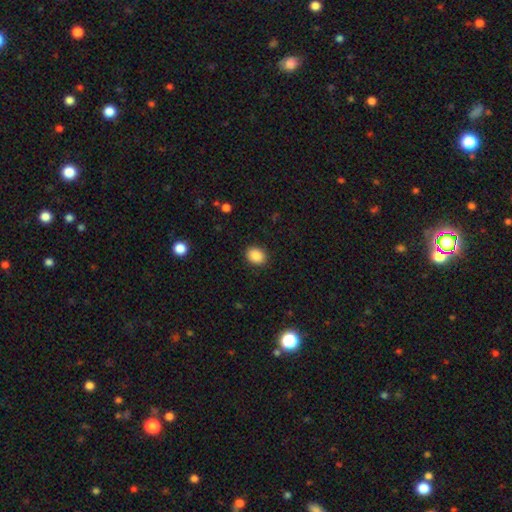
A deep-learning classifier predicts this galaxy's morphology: Smooth or featured? Predicted: smooth (p=0.88). How rounded? Predicted: in between (p=0.52). Merging? Predicted: none (p=0.90).